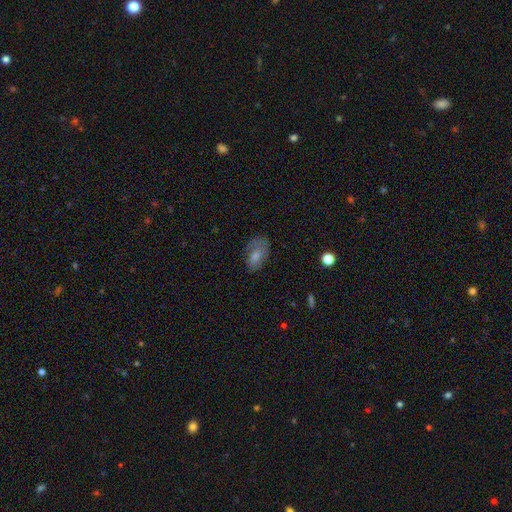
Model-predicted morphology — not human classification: This is possibly a smooth galaxy (51%). How rounded: clearly in between (87%). Merging: likely none (65%).